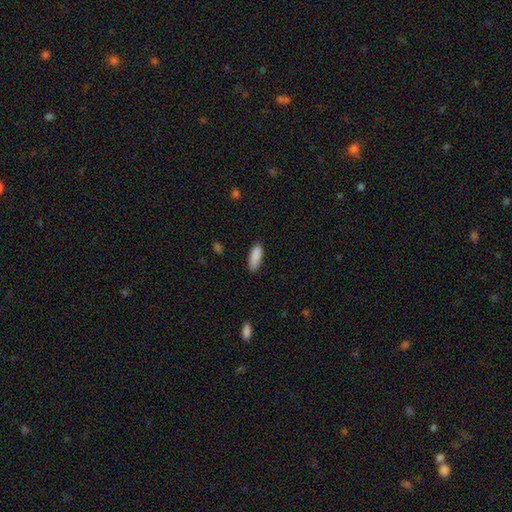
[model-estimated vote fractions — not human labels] Q: Smooth or featured?
A: smooth (89%); runner-up: star or artifact (7%)
Q: How rounded?
A: in between (62%); runner-up: cigar-shaped (36%)
Q: Merging?
A: none (81%); runner-up: minor disturbance (15%)